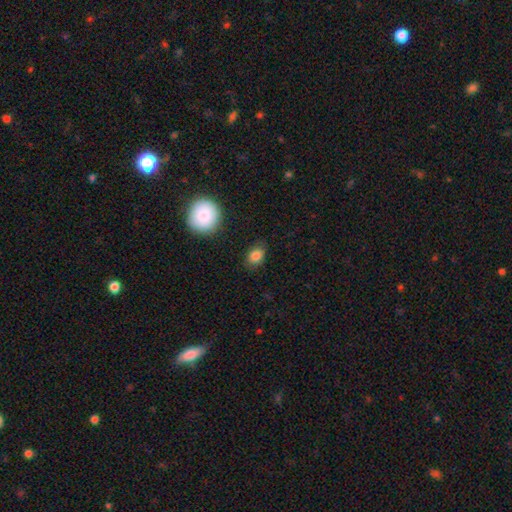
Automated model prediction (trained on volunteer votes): A smooth galaxy with no disk features (83%) that is in between round and cigar-shaped (66%).

Vote fractions:
- Smooth or featured? smooth: 83% / star or artifact: 11% / featured or disk: 6%
- How rounded? in between: 66% / round: 32% / cigar-shaped: 1%
- Merging? none: 81% / minor disturbance: 14% / major disturbance: 3% / merger: 2%